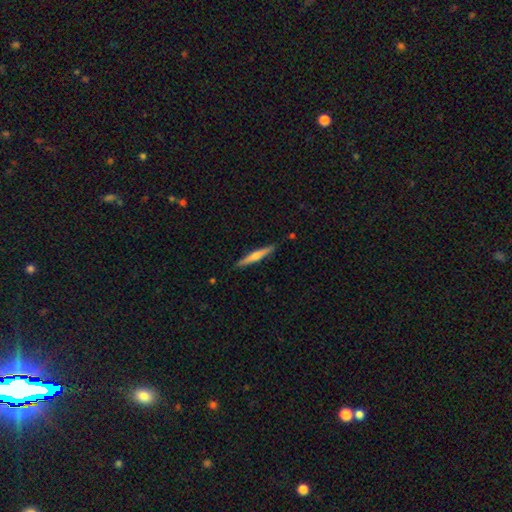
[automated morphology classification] Smooth or featured? Predicted: featured or disk (p=0.51). Edge-on disk? Predicted: yes (p=0.97). Merging? Predicted: none (p=0.90).